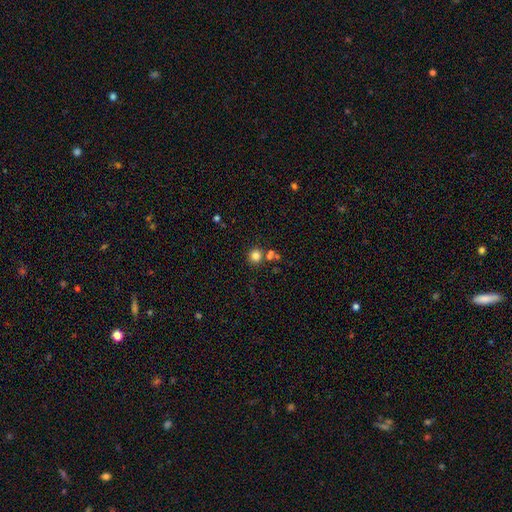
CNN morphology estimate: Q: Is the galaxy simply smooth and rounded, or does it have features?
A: smooth — 80%.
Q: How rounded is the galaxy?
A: round — 92%.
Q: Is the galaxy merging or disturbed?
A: none — 74%.